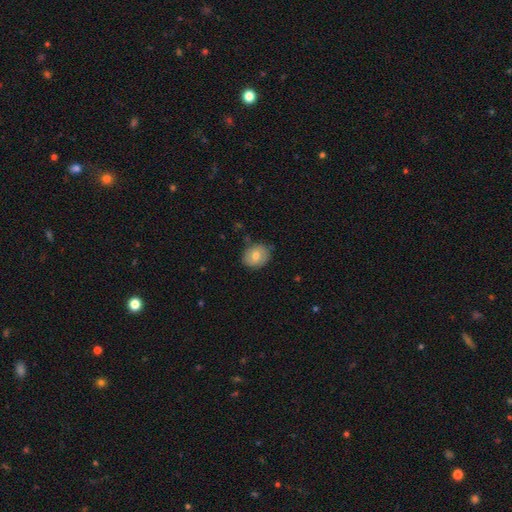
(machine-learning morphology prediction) This is likely a smooth galaxy (71%). How rounded: likely round (64%). Merging: likely none (76%).